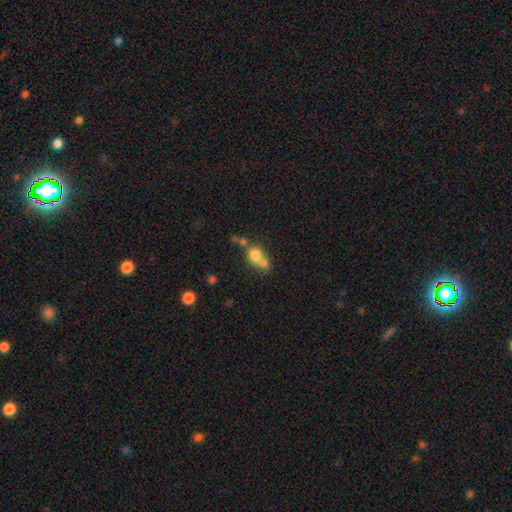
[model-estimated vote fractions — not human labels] smooth_or_featured: smooth (p=0.73) [alt: featured or disk p=0.15]
how_rounded: round (p=0.74) [alt: in between p=0.25]
merging: merger (p=0.58) [alt: none p=0.32]